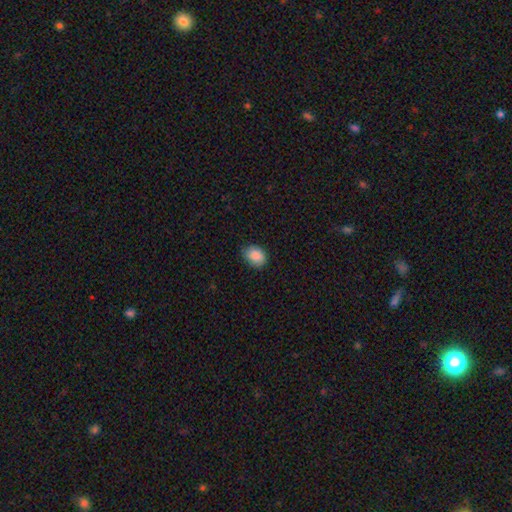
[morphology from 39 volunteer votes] Smooth or featured? 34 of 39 (87%) said smooth. How rounded? 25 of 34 (74%) said in between. Merging? 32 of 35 (91%) said none.